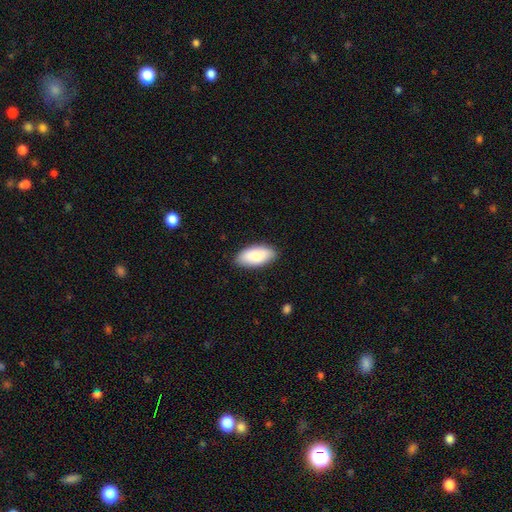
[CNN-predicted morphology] Smooth or featured? Predicted: smooth (p=0.85). How rounded? Predicted: in between (p=0.93). Merging? Predicted: none (p=0.86).